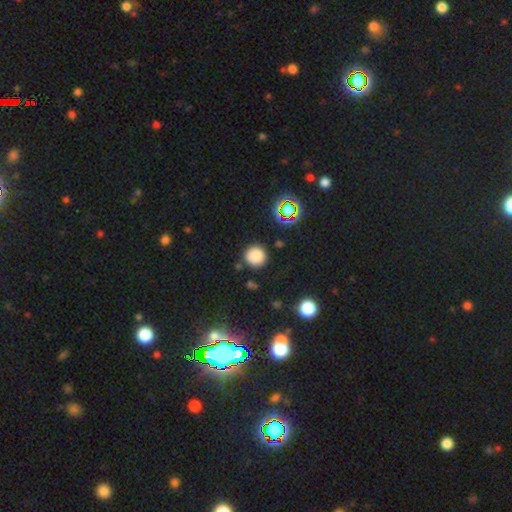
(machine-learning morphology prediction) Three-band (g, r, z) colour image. It shows a smooth galaxy with no disk features (78%) that is round (94%). Merging: none (84%).